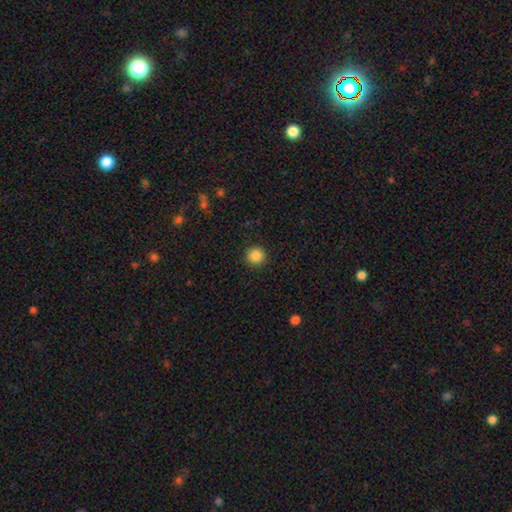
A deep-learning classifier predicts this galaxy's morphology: smooth 86%, star or artifact 10%, featured or disk 3%. Down the decision tree: how rounded — round (95%); merging — none (92%).